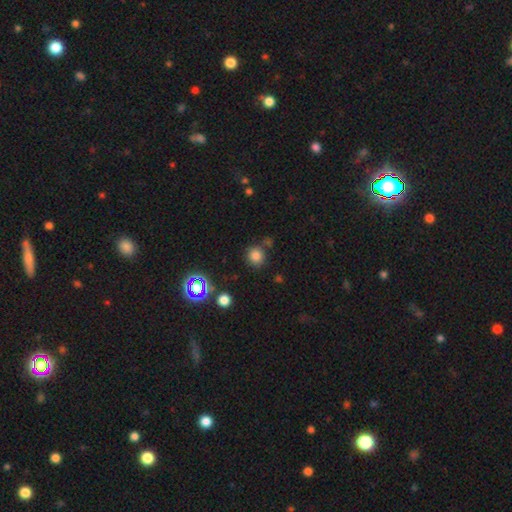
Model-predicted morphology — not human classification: smooth 77%, star or artifact 17%, featured or disk 6%. Down the decision tree: how rounded — round (89%); merging — none (76%).